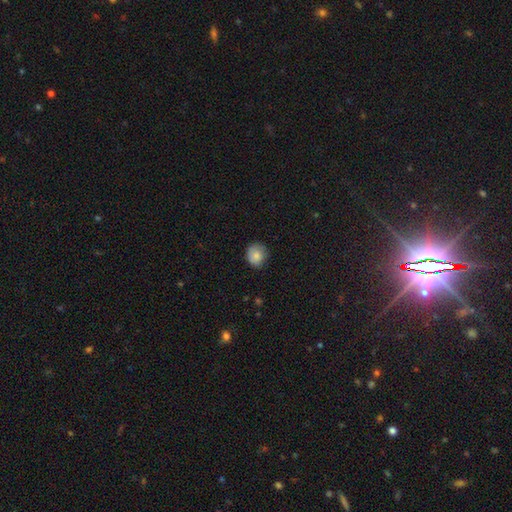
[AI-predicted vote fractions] Smooth or featured?
  - smooth: 83% *
  - featured or disk: 9%
  - star or artifact: 8%
How rounded?
  - round: 82% *
  - in between: 17%
  - cigar-shaped: 1%
Merging?
  - none: 75% *
  - minor disturbance: 20%
  - major disturbance: 4%
  - merger: 1%